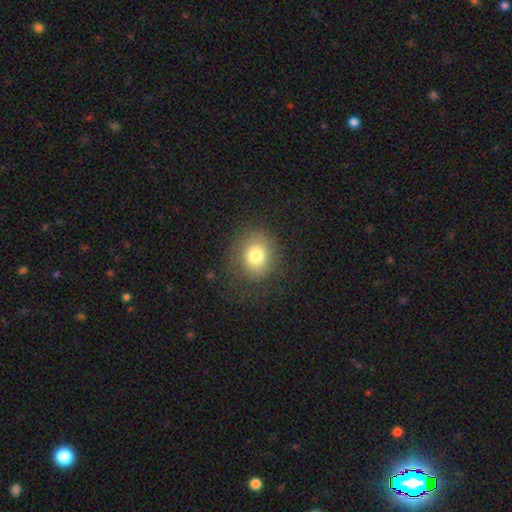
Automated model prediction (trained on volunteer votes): smooth-or-featured: smooth: 77% | featured or disk: 12% | star or artifact: 11%
  how-rounded: round: 78% | in between: 21% | cigar-shaped: 1%
  merging: none: 76% | minor disturbance: 14% | major disturbance: 9% | merger: 1%